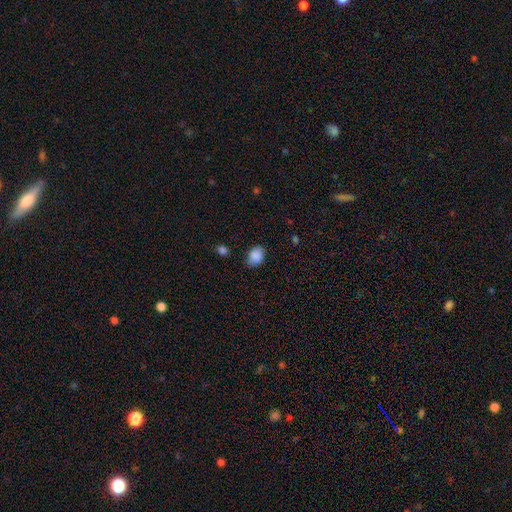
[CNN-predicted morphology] Smooth or featured? smooth (87%)
How rounded? in between (66%)
Merging? none (74%)